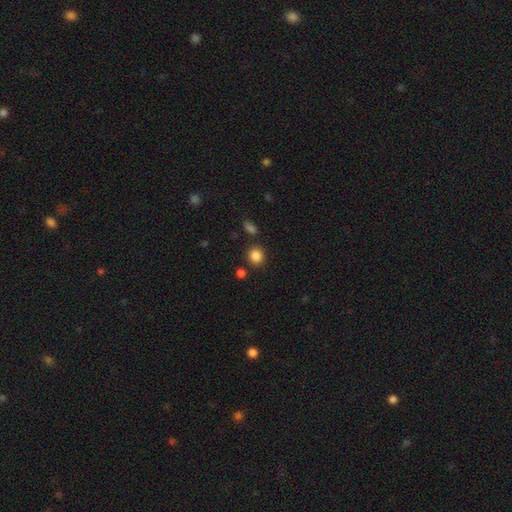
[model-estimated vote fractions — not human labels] Smooth or featured?
  - smooth: 86% *
  - star or artifact: 11%
  - featured or disk: 4%
How rounded?
  - round: 84% *
  - in between: 15%
  - cigar-shaped: 1%
Merging?
  - none: 84% *
  - minor disturbance: 8%
  - merger: 5%
  - major disturbance: 3%